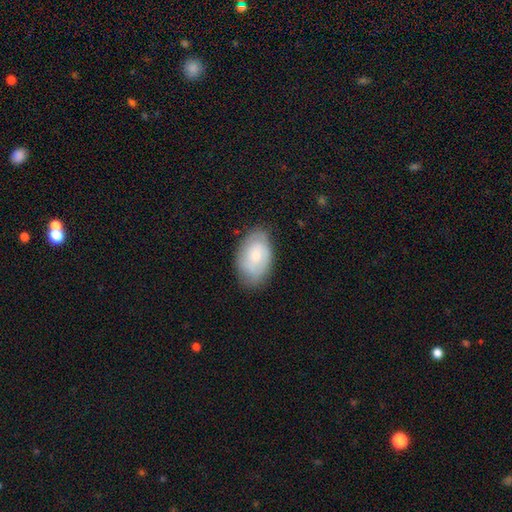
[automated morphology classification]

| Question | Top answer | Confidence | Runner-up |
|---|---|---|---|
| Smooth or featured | smooth | 61% | featured or disk (32%) |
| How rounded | in between | 91% | round (7%) |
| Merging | none | 73% | minor disturbance (22%) |